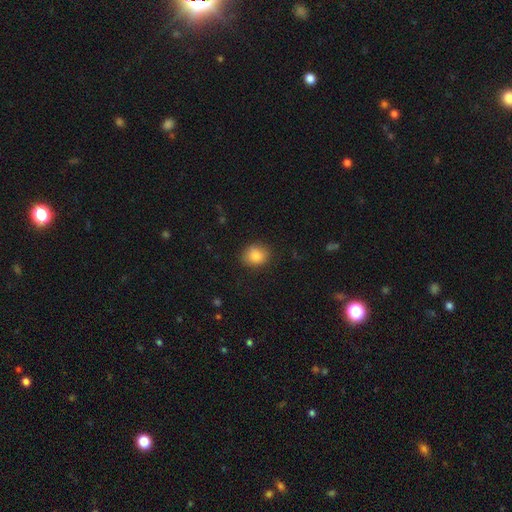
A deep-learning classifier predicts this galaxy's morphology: smooth-or-featured: smooth: 84% | star or artifact: 9% | featured or disk: 7%
  how-rounded: round: 71% | in between: 29% | cigar-shaped: 1%
  merging: none: 86% | minor disturbance: 11% | major disturbance: 3% | merger: 1%